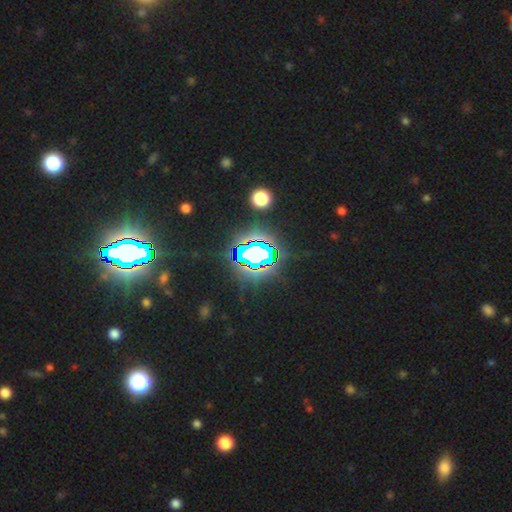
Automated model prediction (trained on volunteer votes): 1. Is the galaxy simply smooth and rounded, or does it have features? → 75% star or artifact, 14% smooth, 11% featured or disk.